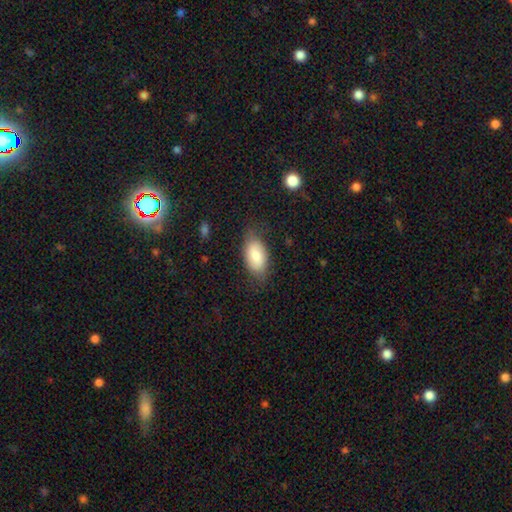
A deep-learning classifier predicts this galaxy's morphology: Smooth or featured?
  - smooth: 79% *
  - featured or disk: 14%
  - star or artifact: 6%
How rounded?
  - in between: 93% *
  - round: 4%
  - cigar-shaped: 3%
Merging?
  - none: 69% *
  - minor disturbance: 23%
  - major disturbance: 7%
  - merger: 1%